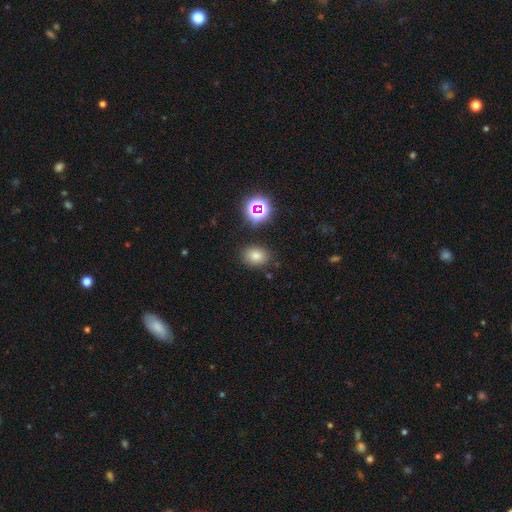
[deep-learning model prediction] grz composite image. It shows a smooth galaxy with no disk features (75%) that is in between round and cigar-shaped (65%). Merging: none (83%).